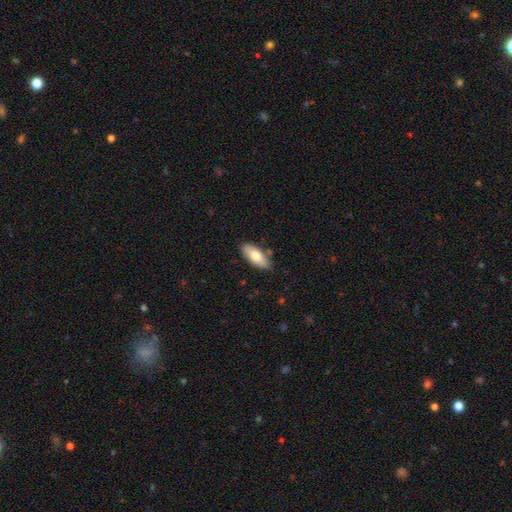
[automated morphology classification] Q: Smooth or featured?
A: smooth (73%); runner-up: featured or disk (21%)
Q: How rounded?
A: in between (83%); runner-up: cigar-shaped (15%)
Q: Merging?
A: none (84%); runner-up: minor disturbance (12%)